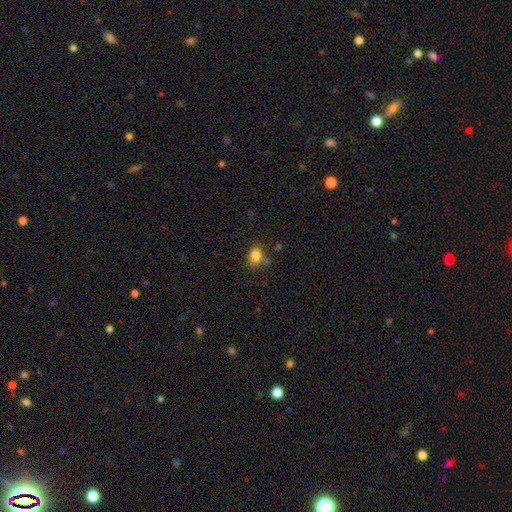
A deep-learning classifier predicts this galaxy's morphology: smooth-or-featured: smooth: 83% | star or artifact: 11% | featured or disk: 6%
  how-rounded: in between: 60% | round: 38% | cigar-shaped: 1%
  merging: none: 70% | minor disturbance: 20% | major disturbance: 5% | merger: 5%